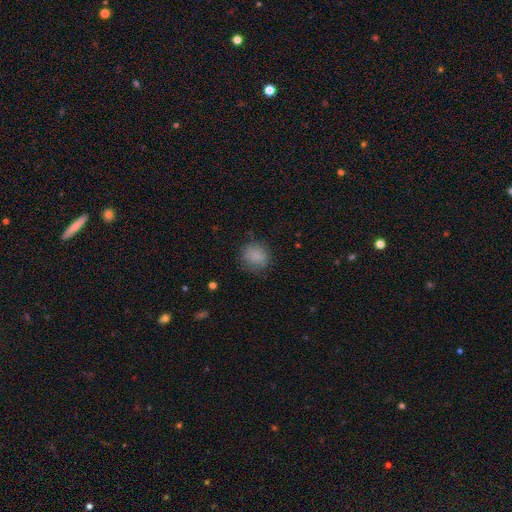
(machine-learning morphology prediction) smooth-or-featured: smooth: 84% | star or artifact: 9% | featured or disk: 6%
  how-rounded: round: 79% | in between: 20% | cigar-shaped: 1%
  merging: none: 77% | minor disturbance: 16% | major disturbance: 5% | merger: 1%